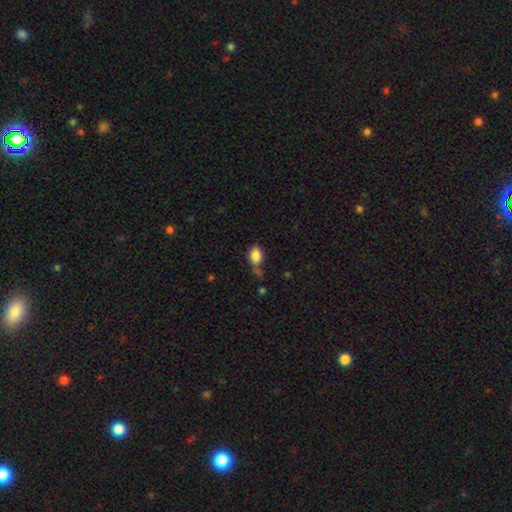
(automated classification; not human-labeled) smooth 85%, star or artifact 9%, featured or disk 6%. Down the decision tree: how rounded — in between (80%); merging — none (54%).